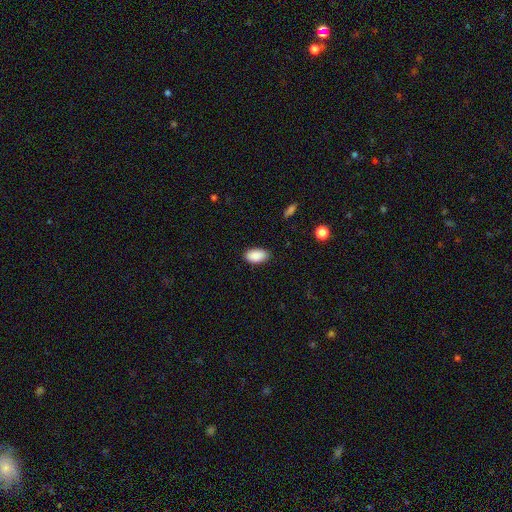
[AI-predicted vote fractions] Smooth or featured? Predicted: smooth (p=0.90). How rounded? Predicted: in between (p=0.94). Merging? Predicted: none (p=0.85).